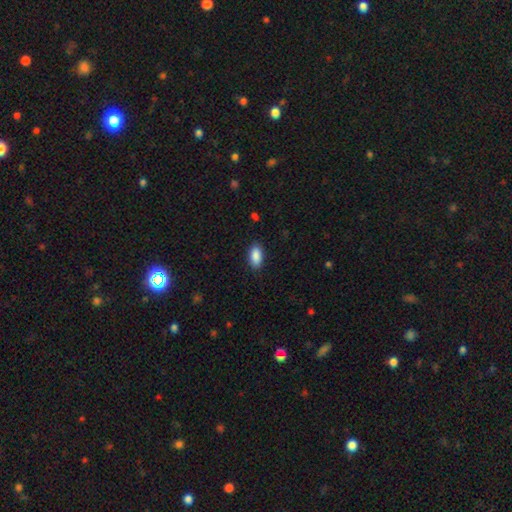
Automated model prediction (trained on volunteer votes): smooth_or_featured: smooth (p=0.89) [alt: star or artifact p=0.07]
how_rounded: in between (p=0.93) [alt: cigar-shaped p=0.05]
merging: none (p=0.88) [alt: minor disturbance p=0.09]